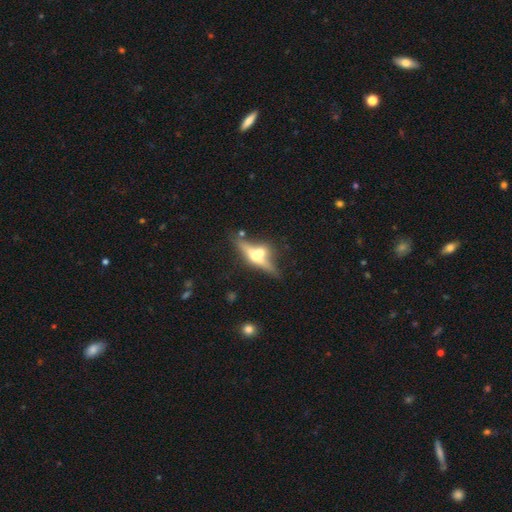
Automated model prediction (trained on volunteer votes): A featured or disk galaxy (66%) viewed edge-on (87%) with a rounded central bulge (91%). Merging: none (53%).